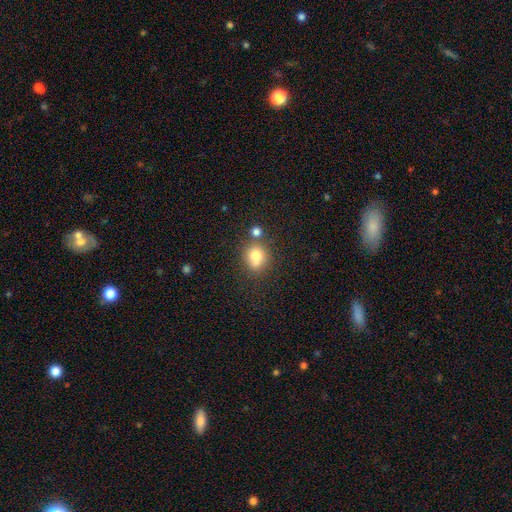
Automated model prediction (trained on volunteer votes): Morphology: type=smooth (73%); roundness=round (67%); merging=none (54%).